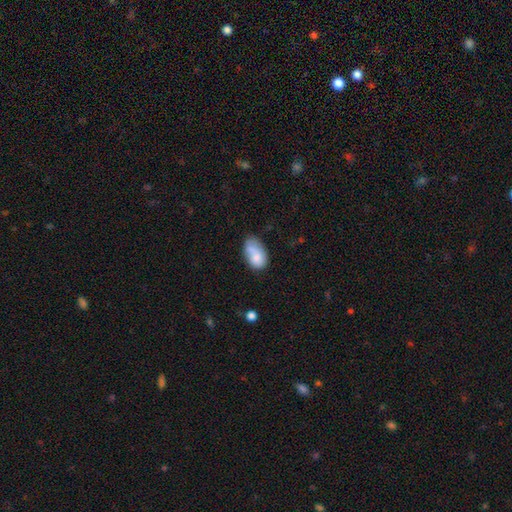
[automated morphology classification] A smooth galaxy with no disk features (75%) that is in between round and cigar-shaped (92%). Merging: none (41%).